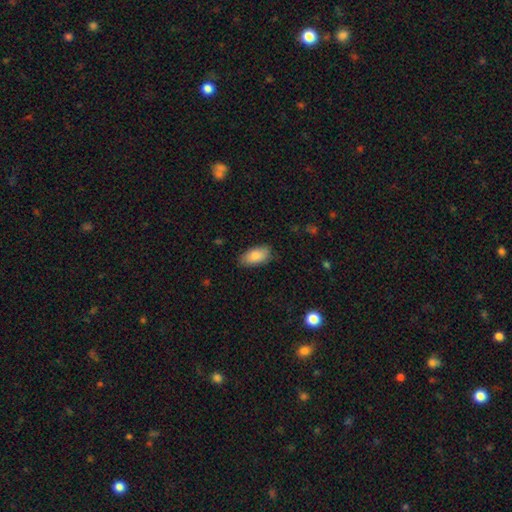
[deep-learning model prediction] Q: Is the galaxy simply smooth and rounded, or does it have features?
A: smooth — 86%.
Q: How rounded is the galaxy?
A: in between — 92%.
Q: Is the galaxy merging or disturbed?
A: none — 81%.